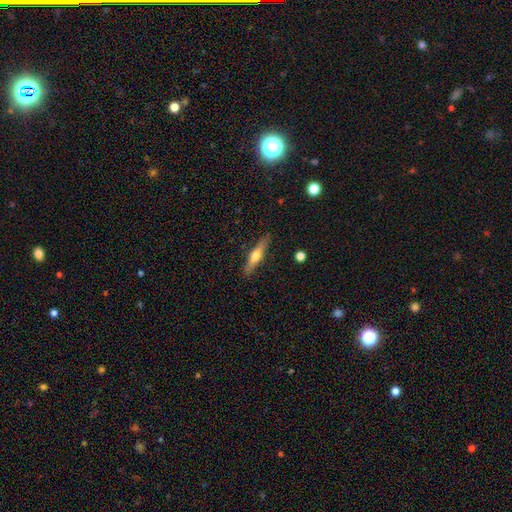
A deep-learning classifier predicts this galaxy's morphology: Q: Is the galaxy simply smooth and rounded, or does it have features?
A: featured or disk — 53%.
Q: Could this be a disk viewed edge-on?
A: yes — 95%.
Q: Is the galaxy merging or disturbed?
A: none — 87%.